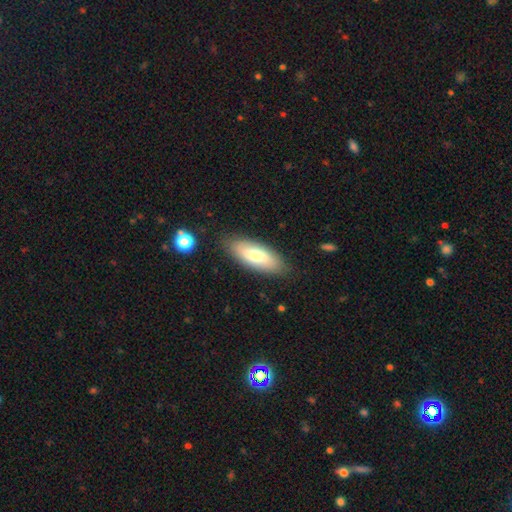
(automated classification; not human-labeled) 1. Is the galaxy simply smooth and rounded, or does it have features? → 71% smooth, 23% featured or disk, 6% star or artifact.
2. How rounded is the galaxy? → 72% in between, 26% cigar-shaped, 2% round.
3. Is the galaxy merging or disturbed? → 84% none, 12% minor disturbance, 3% major disturbance, 2% merger.